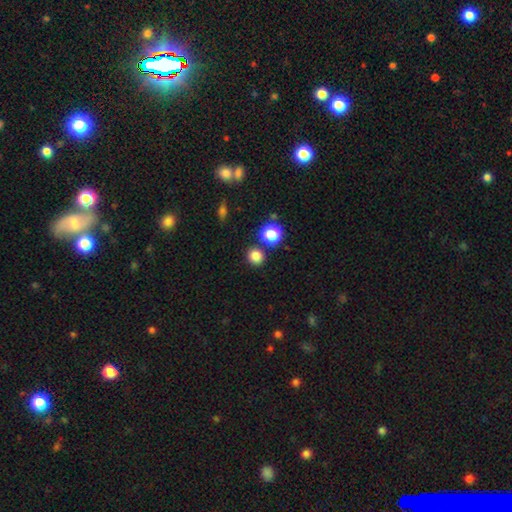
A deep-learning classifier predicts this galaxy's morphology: Smooth or featured: smooth — 81% (star or artifact — 14%)
How rounded: round — 89% (in between — 10%)
Merging: none — 83% (merger — 8%)